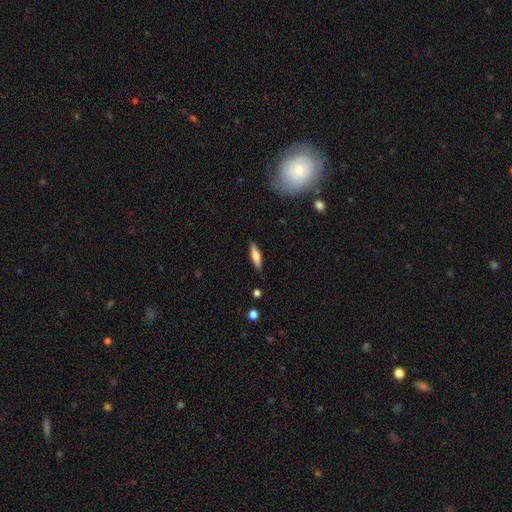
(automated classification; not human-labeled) smooth_or_featured: smooth (p=0.66) [alt: featured or disk p=0.28]
how_rounded: cigar-shaped (p=0.63) [alt: in between p=0.35]
merging: none (p=0.87) [alt: minor disturbance p=0.10]